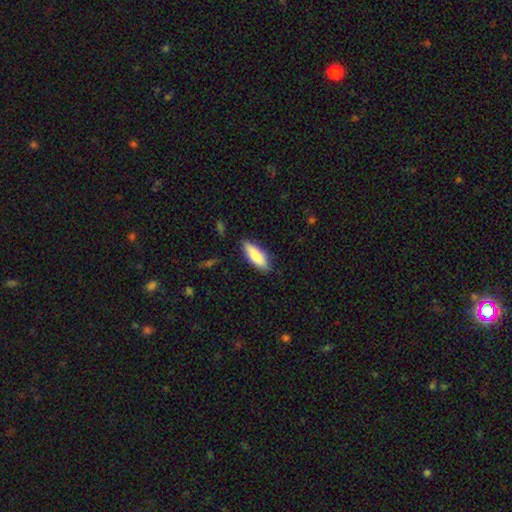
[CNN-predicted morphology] smooth-or-featured: smooth: 79% | featured or disk: 15% | star or artifact: 6%
  how-rounded: in between: 59% | cigar-shaped: 39% | round: 2%
  merging: none: 82% | minor disturbance: 14% | major disturbance: 3% | merger: 1%